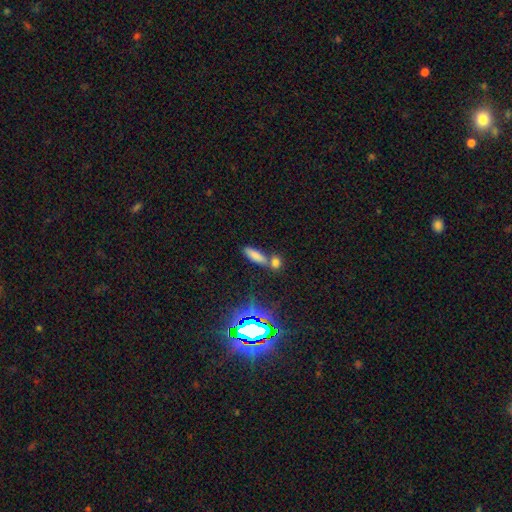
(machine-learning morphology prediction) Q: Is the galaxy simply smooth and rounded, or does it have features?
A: smooth — 73%.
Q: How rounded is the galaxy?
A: in between — 49%.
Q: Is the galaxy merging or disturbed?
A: none — 53%.